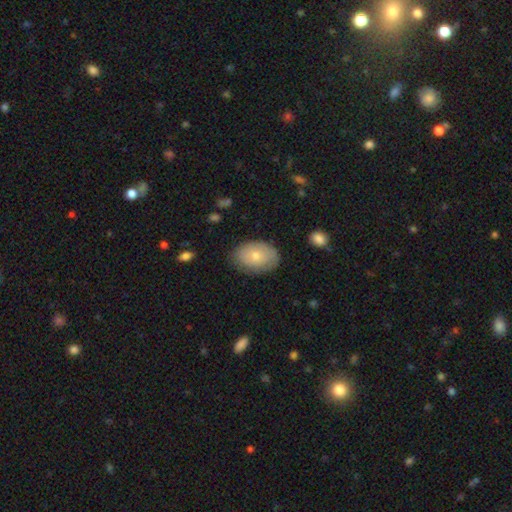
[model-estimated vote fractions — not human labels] Smooth or featured?
  - smooth: 69% *
  - featured or disk: 24%
  - star or artifact: 7%
How rounded?
  - in between: 83% *
  - round: 16%
  - cigar-shaped: 1%
Merging?
  - none: 76% *
  - minor disturbance: 19%
  - major disturbance: 4%
  - merger: 1%